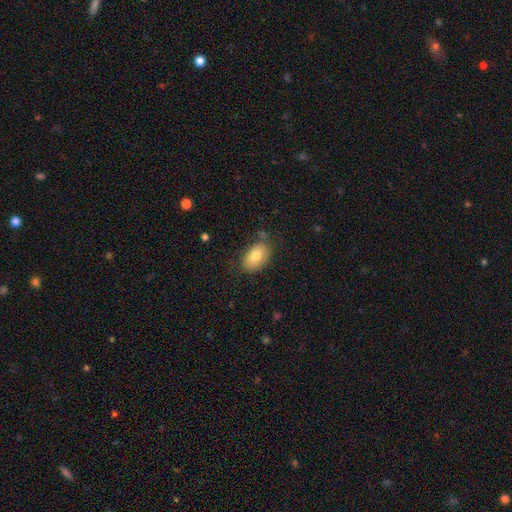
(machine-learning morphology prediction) smooth_or_featured: smooth (p=0.81) [alt: featured or disk p=0.12]
how_rounded: in between (p=0.91) [alt: round p=0.07]
merging: none (p=0.74) [alt: minor disturbance p=0.19]